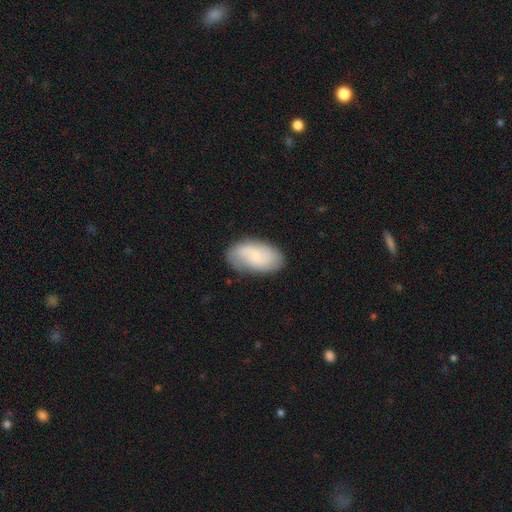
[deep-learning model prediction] Smooth or featured? Predicted: smooth (p=0.52). How rounded? Predicted: in between (p=0.93). Merging? Predicted: none (p=0.77).